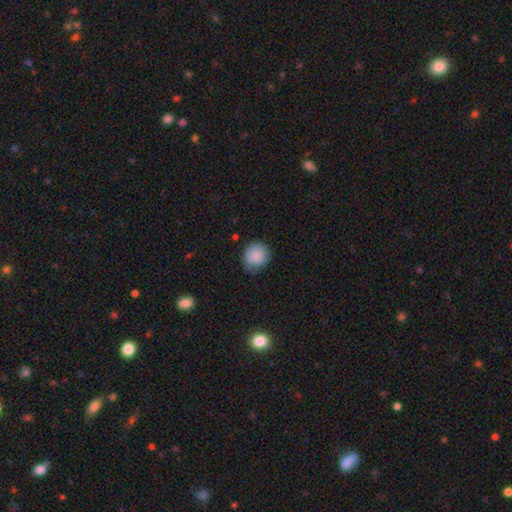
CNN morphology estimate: smooth-or-featured: smooth: 88% | star or artifact: 8% | featured or disk: 5%
  how-rounded: round: 89% | in between: 10% | cigar-shaped: 1%
  merging: none: 73% | minor disturbance: 21% | major disturbance: 4% | merger: 1%